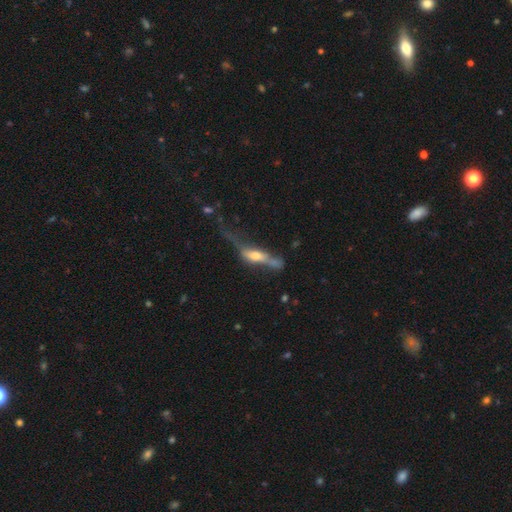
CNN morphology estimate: type=featured or disk (53%); edge-on=yes (70%); merging=major disturbance (38%).